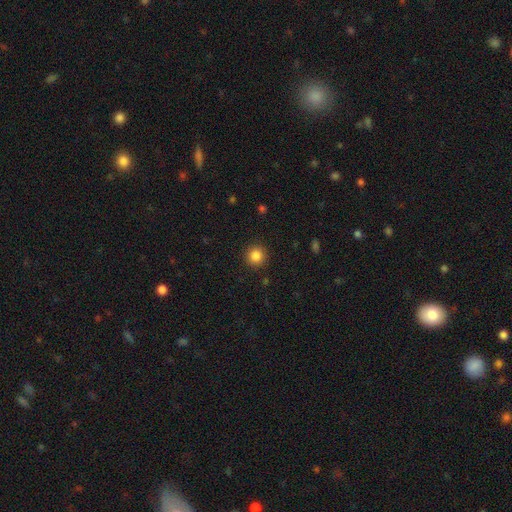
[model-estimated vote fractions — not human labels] A smooth galaxy with no disk features (85%) that is round (95%).

Vote fractions:
- Smooth or featured? smooth: 85% / star or artifact: 11% / featured or disk: 4%
- How rounded? round: 95% / in between: 4% / cigar-shaped: 1%
- Merging? none: 91% / minor disturbance: 5% / major disturbance: 2% / merger: 1%